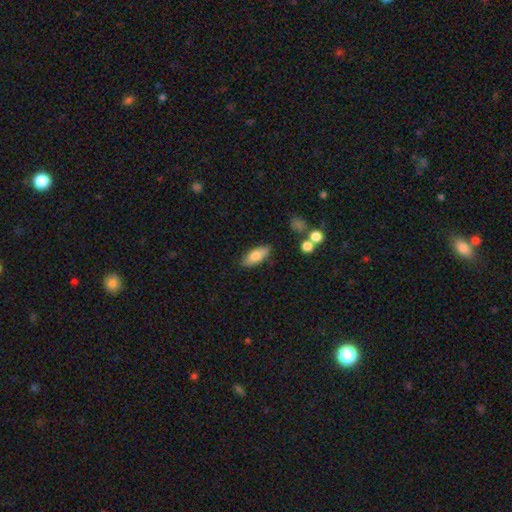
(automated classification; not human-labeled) Smooth or featured?
  - smooth: 74% *
  - featured or disk: 19%
  - star or artifact: 7%
How rounded?
  - in between: 75% *
  - cigar-shaped: 21%
  - round: 3%
Merging?
  - none: 81% *
  - minor disturbance: 12%
  - merger: 4%
  - major disturbance: 3%